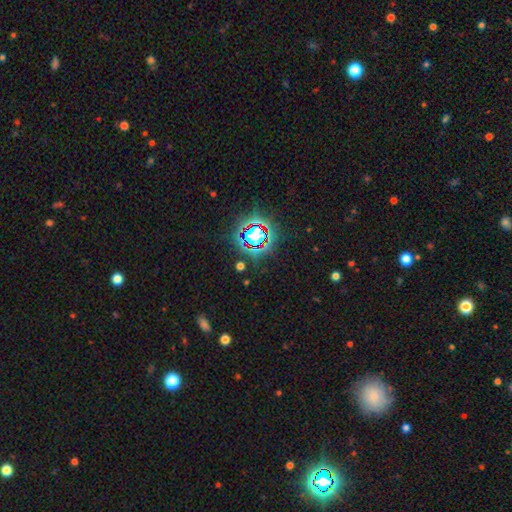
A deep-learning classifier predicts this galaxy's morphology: A star or artifact, not a galaxy (79%).

Vote fractions:
- Smooth or featured? star or artifact: 79% / smooth: 12% / featured or disk: 8%